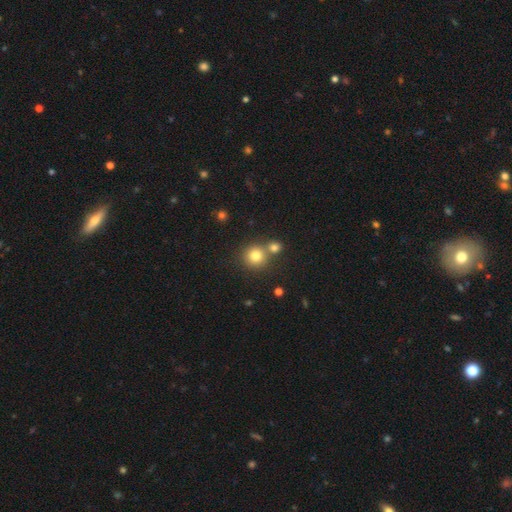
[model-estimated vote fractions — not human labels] Q: Smooth or featured?
A: smooth (79%); runner-up: star or artifact (13%)
Q: How rounded?
A: round (92%); runner-up: in between (7%)
Q: Merging?
A: none (63%); runner-up: merger (27%)